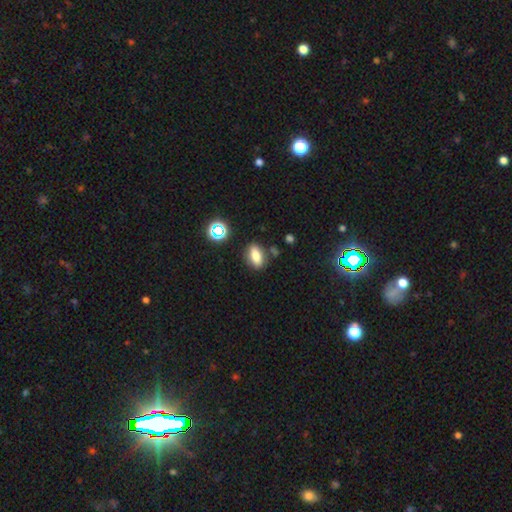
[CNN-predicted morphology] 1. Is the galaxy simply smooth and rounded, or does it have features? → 74% smooth, 14% star or artifact, 12% featured or disk.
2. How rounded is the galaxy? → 77% in between, 12% cigar-shaped, 11% round.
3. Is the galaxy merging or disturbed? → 80% none, 12% minor disturbance, 5% merger, 3% major disturbance.